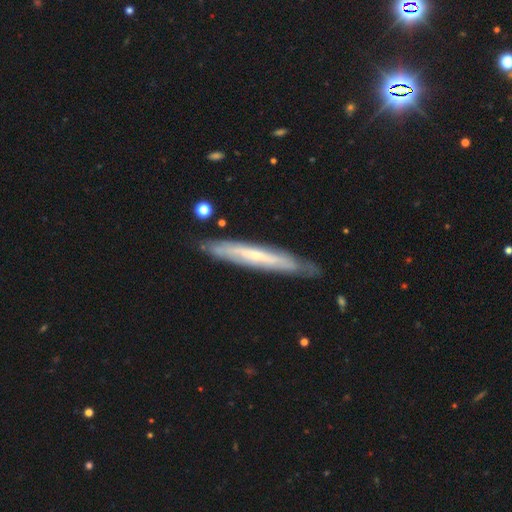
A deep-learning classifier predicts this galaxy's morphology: featured or disk 65%, smooth 29%, star or artifact 6%. Down the decision tree: edge-on disk — yes (72%); merging — none (81%).